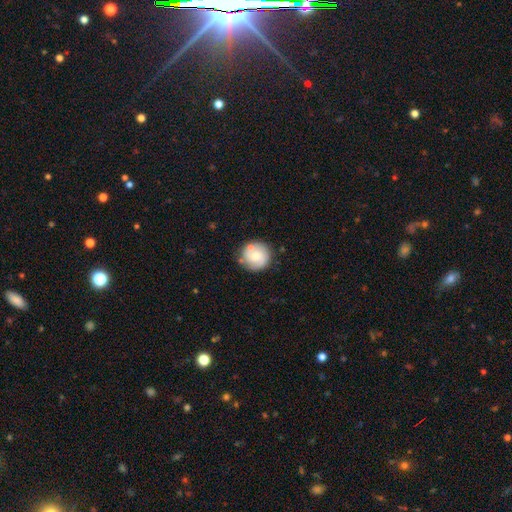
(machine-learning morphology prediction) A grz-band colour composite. It shows a smooth galaxy with no disk features (50%) that is round (91%). Merging: none (74%).